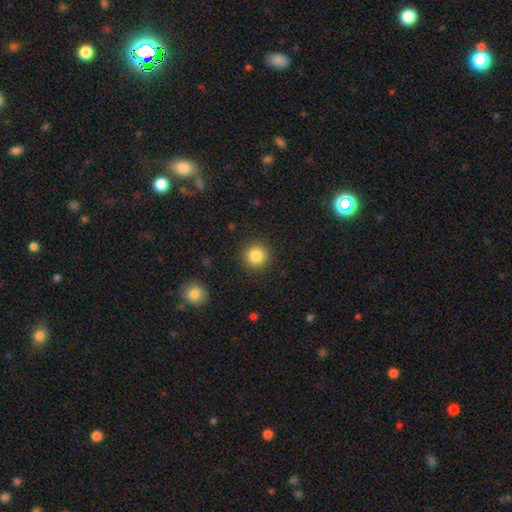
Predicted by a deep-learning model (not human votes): Smooth or featured? smooth (85%)
How rounded? round (94%)
Merging? none (91%)